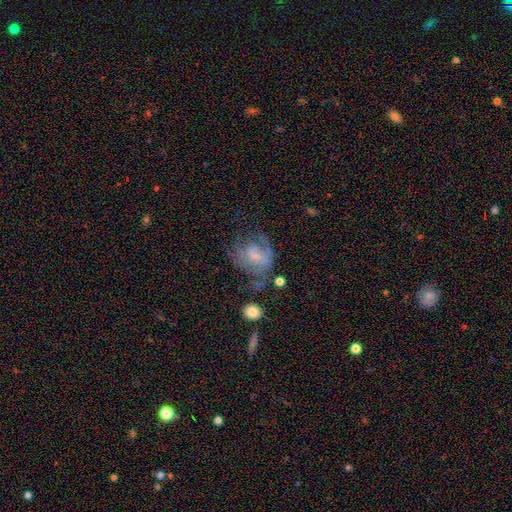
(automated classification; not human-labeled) This is likely a featured or disk galaxy (64%). It is clearly not viewed edge-on (97%). Bar: possibly no (49%). Spiral arm pattern: likely yes (71%). Central bulge: marginally small (45%). Merging: marginally none (39%).